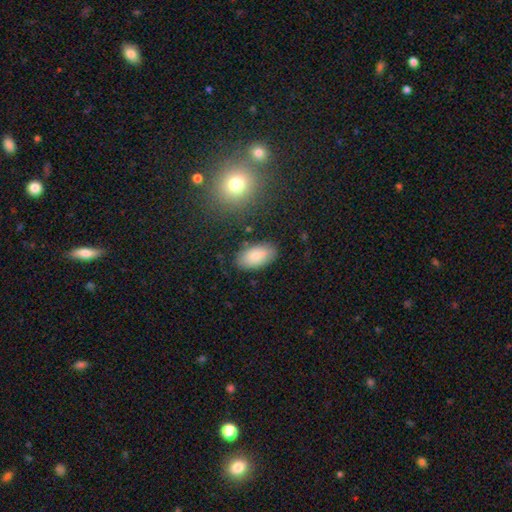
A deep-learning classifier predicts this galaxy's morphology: This appears to be a smooth galaxy with no disk features (84%) that is in between round and cigar-shaped (94%). Merging: none (81%).